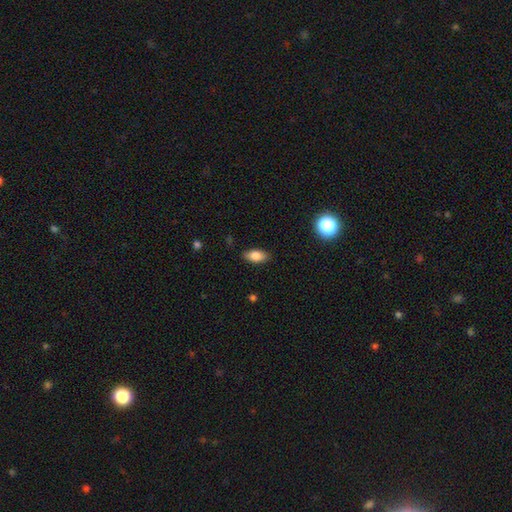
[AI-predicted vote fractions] A smooth galaxy with no disk features (81%) that is in between round and cigar-shaped (88%). Merging: none (86%).